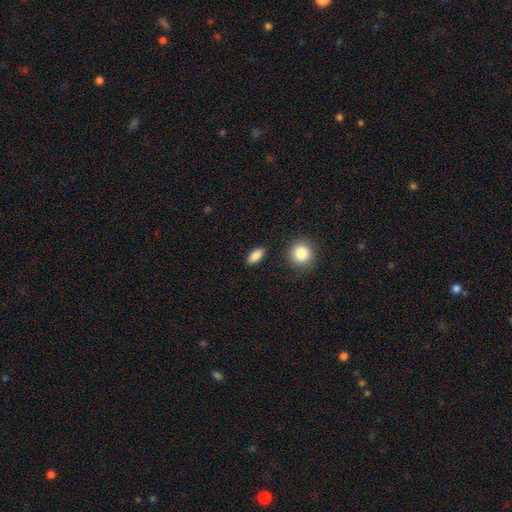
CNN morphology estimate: A smooth galaxy with no disk features (87%) that is in between round and cigar-shaped (79%).

Vote fractions:
- Smooth or featured? smooth: 87% / star or artifact: 7% / featured or disk: 6%
- How rounded? in between: 79% / cigar-shaped: 15% / round: 7%
- Merging? none: 87% / minor disturbance: 8% / major disturbance: 2% / merger: 2%